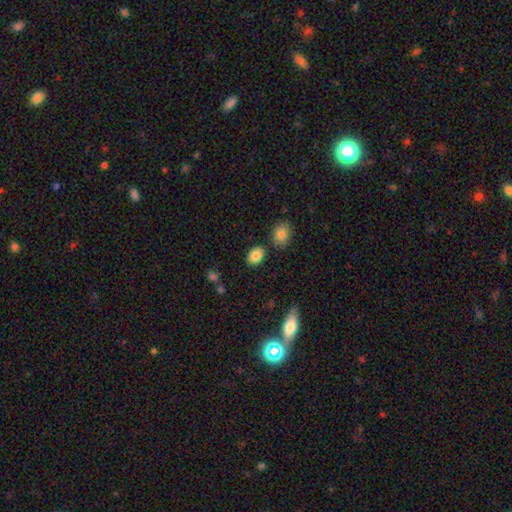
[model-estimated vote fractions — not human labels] Smooth or featured? Predicted: smooth (p=0.85). How rounded? Predicted: in between (p=0.80). Merging? Predicted: none (p=0.83).